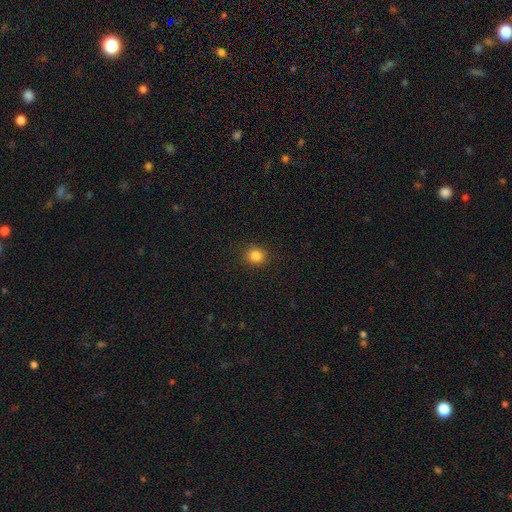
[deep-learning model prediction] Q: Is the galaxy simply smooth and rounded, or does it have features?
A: smooth — 84%.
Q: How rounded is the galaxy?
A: round — 85%.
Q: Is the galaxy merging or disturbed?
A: none — 90%.